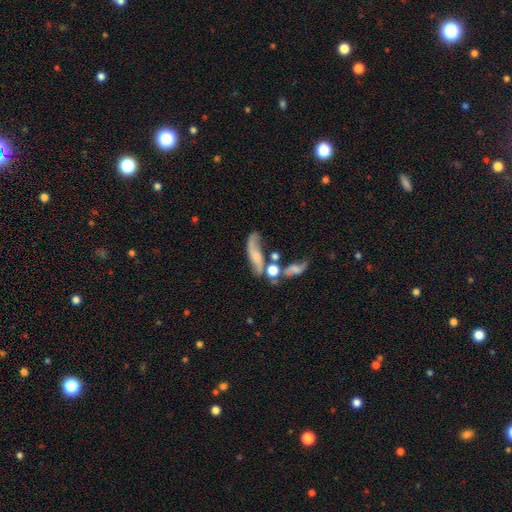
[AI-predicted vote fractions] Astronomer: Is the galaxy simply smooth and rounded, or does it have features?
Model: featured or disk — 54% (runner-up: smooth, 36%).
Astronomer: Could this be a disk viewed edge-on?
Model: no — 81%.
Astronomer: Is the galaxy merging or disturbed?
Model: merger — 32%, tied with none at 32%.